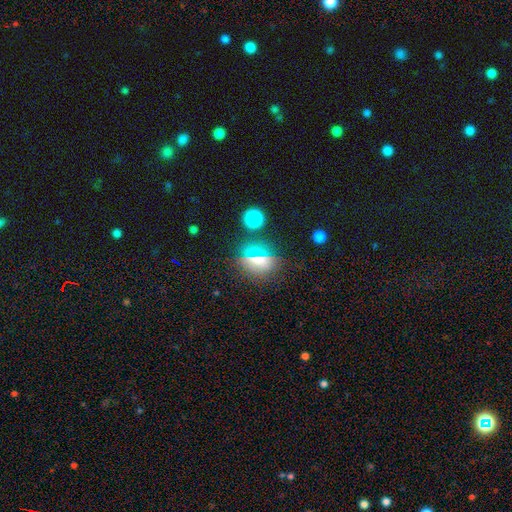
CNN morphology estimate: A smooth galaxy with no disk features (58%) that is round (67%). Merging: none (83%).